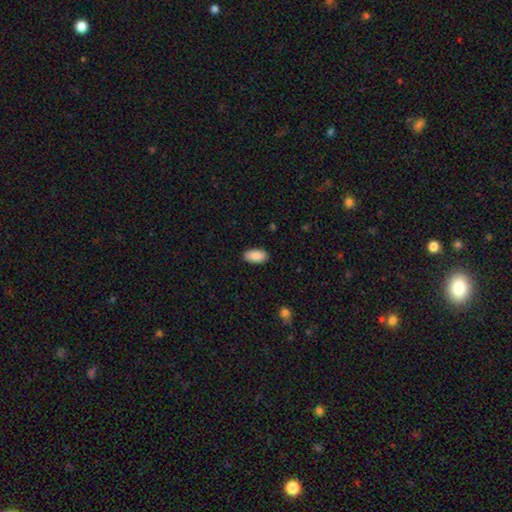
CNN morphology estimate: Overall: smooth (89%). How rounded: in between (95%). Merging: none (88%).